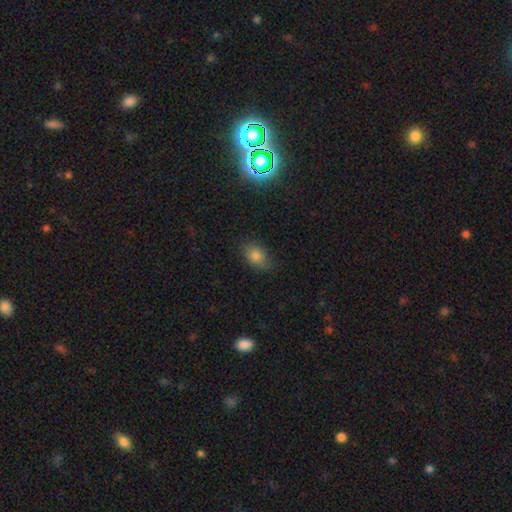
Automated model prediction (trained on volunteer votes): This appears to be a smooth galaxy with no disk features (78%) that is in between round and cigar-shaped (80%). Merging: none (76%).